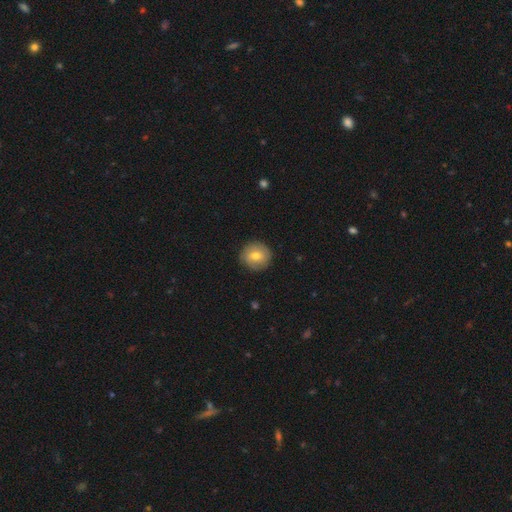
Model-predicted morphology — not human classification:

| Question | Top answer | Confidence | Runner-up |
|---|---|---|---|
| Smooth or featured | smooth | 74% | featured or disk (18%) |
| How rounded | round | 92% | in between (7%) |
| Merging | none | 88% | minor disturbance (9%) |